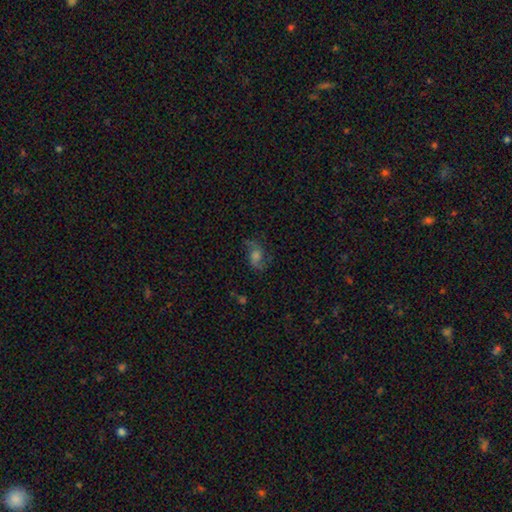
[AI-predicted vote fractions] Smooth or featured? featured or disk (60%)
Edge-on disk? no (95%)
Bar? no (59%)
Spiral arms? yes (91%)
Spiral winding? loose (53%)
Spiral arm count? 2 (87%)
Bulge size? moderate (39%)
Merging? none (70%)